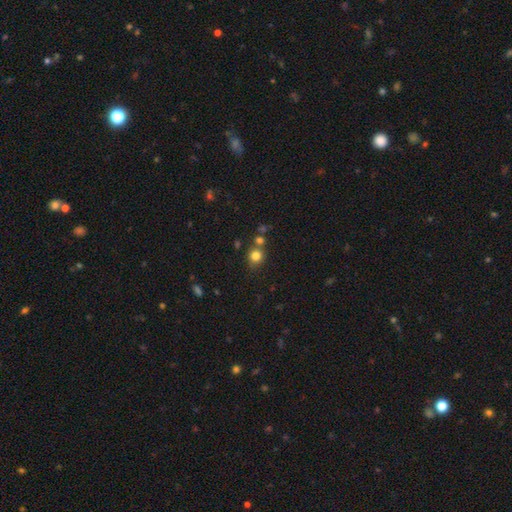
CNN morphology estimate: smooth-or-featured: smooth: 80% | star or artifact: 13% | featured or disk: 7%
  how-rounded: round: 85% | in between: 14% | cigar-shaped: 1%
  merging: none: 68% | merger: 17% | minor disturbance: 11% | major disturbance: 4%